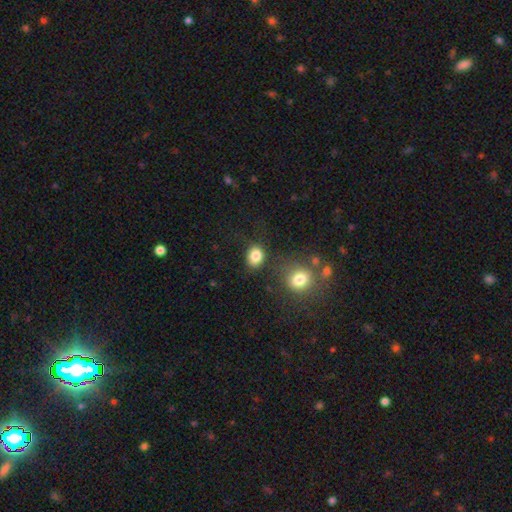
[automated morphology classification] smooth_or_featured: smooth (p=0.84) [alt: star or artifact p=0.10]
how_rounded: in between (p=0.52) [alt: round p=0.47]
merging: none (p=0.71) [alt: minor disturbance p=0.16]